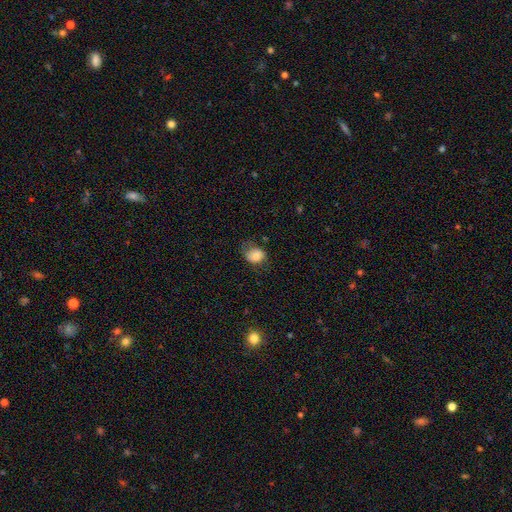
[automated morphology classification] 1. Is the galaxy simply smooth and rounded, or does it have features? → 71% smooth, 20% featured or disk, 9% star or artifact.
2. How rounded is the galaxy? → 51% in between, 48% round, 1% cigar-shaped.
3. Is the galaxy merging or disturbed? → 51% none, 30% minor disturbance, 18% major disturbance, 2% merger.